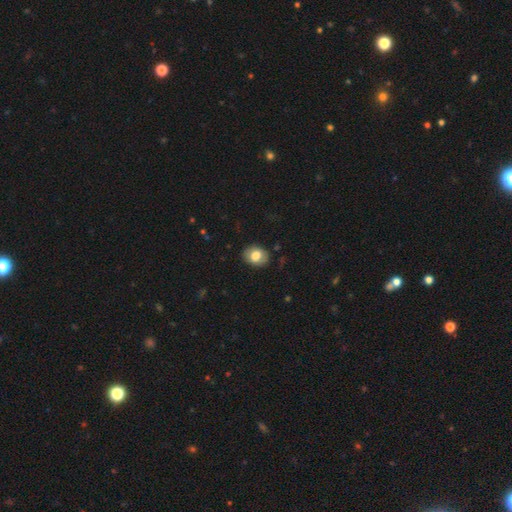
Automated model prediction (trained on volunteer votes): smooth-or-featured: smooth: 77% | featured or disk: 15% | star or artifact: 8%
  how-rounded: round: 53% | in between: 47% | cigar-shaped: 1%
  merging: none: 86% | minor disturbance: 10% | major disturbance: 2% | merger: 1%